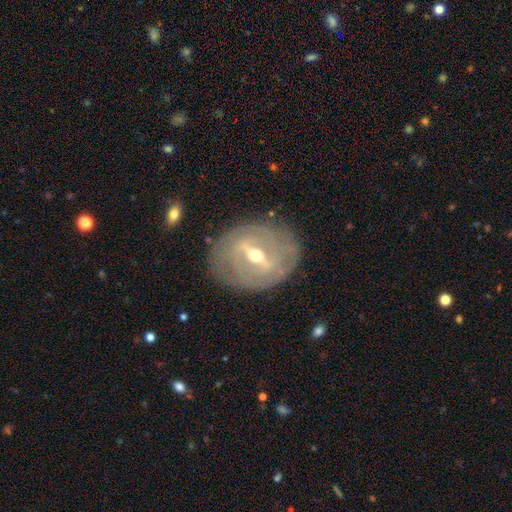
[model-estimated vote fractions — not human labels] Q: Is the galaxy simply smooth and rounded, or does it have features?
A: featured or disk — 83%.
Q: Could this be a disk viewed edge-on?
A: no — 90%.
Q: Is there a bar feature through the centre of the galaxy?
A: strong — 59%.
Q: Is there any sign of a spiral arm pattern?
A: yes — 71%.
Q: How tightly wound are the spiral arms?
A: tight — 74%.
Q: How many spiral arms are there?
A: can't tell — 53%.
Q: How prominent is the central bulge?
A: moderate — 63%.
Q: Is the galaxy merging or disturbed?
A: none — 81%.